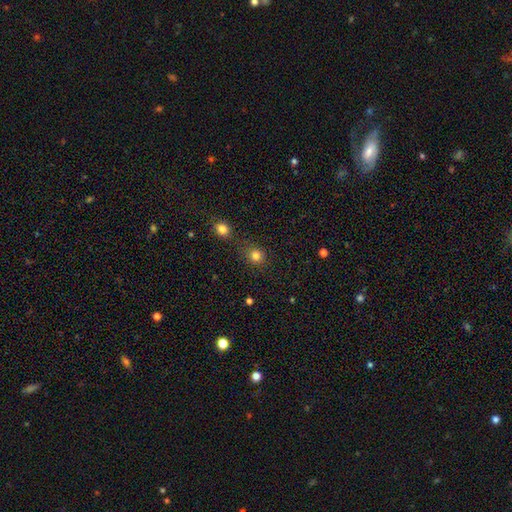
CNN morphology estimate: Overall: smooth (80%). How rounded: round (86%). Merging: none (79%).